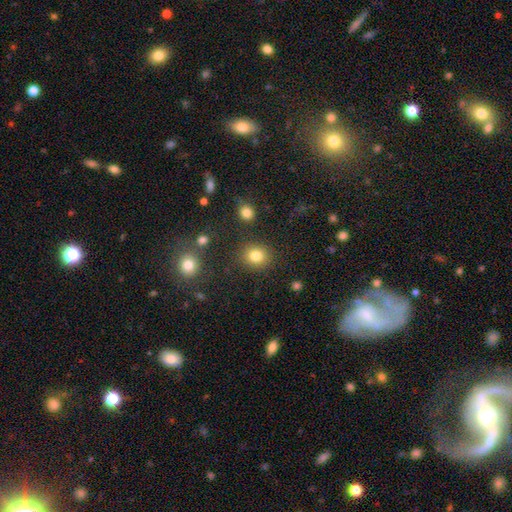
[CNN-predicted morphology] A smooth galaxy with no disk features (82%) that is round (80%).

Vote fractions:
- Smooth or featured? smooth: 82% / star or artifact: 12% / featured or disk: 6%
- How rounded? round: 80% / in between: 19% / cigar-shaped: 1%
- Merging? none: 86% / minor disturbance: 7% / major disturbance: 3% / merger: 3%